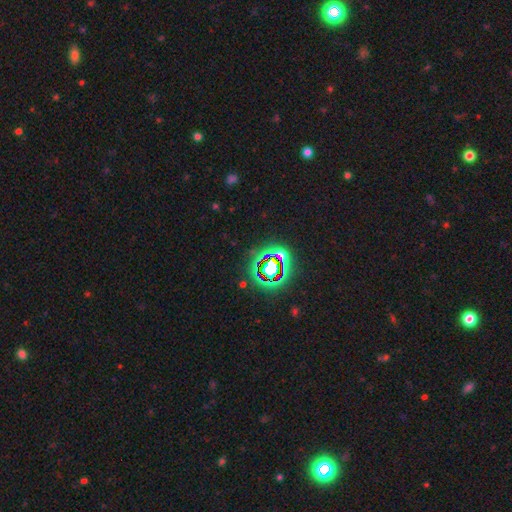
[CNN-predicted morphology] This appears to be a star or artifact, not a galaxy (76%).